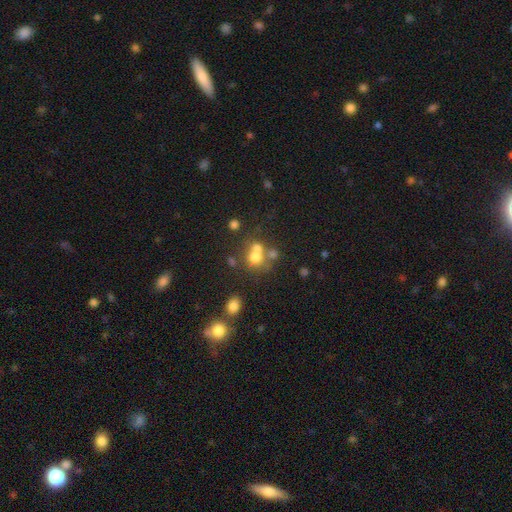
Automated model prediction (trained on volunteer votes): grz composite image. It shows a smooth galaxy with no disk features (65%) that is round (80%). Merging: merger (45%).